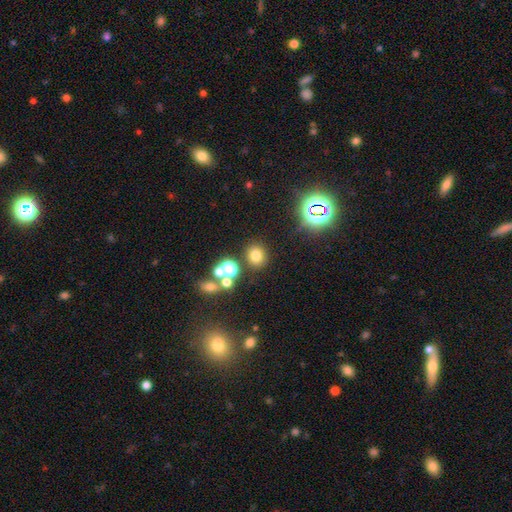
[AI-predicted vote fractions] This appears to be a smooth galaxy with no disk features (71%) that is round (78%). Merging: none (81%).